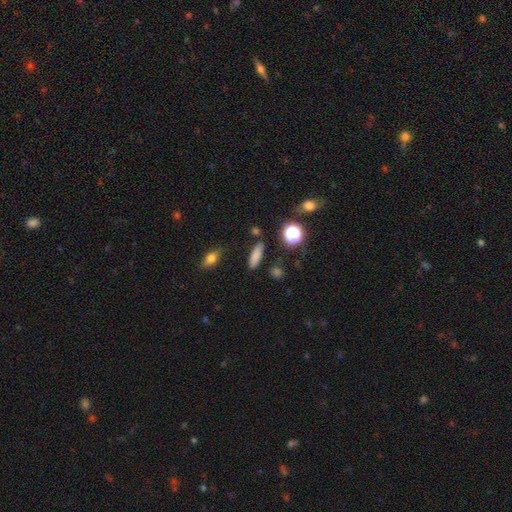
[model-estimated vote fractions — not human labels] Smooth or featured: smooth — 79% (star or artifact — 12%)
How rounded: in between — 48% (cigar-shaped — 46%)
Merging: none — 85% (minor disturbance — 10%)